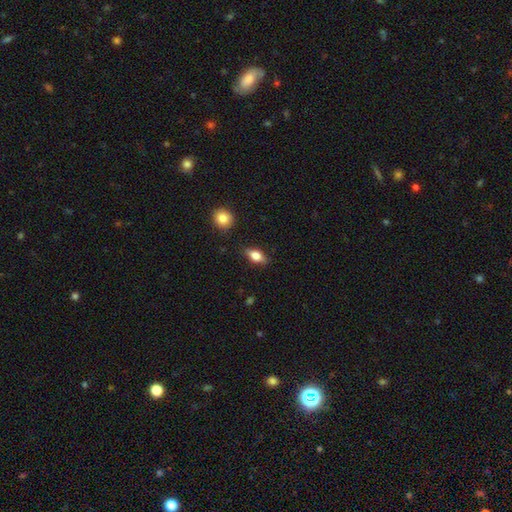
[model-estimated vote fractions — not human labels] A smooth galaxy with no disk features (74%) that is in between round and cigar-shaped (84%).

Vote fractions:
- Smooth or featured? smooth: 74% / featured or disk: 18% / star or artifact: 8%
- How rounded? in between: 84% / cigar-shaped: 8% / round: 7%
- Merging? none: 83% / minor disturbance: 12% / major disturbance: 3% / merger: 2%